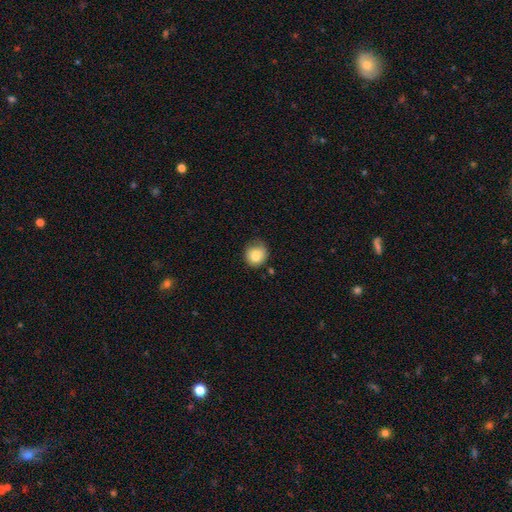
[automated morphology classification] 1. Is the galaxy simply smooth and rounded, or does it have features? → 78% smooth, 14% featured or disk, 9% star or artifact.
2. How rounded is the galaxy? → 80% round, 19% in between, 1% cigar-shaped.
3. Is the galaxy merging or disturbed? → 58% none, 28% minor disturbance, 8% major disturbance, 6% merger.